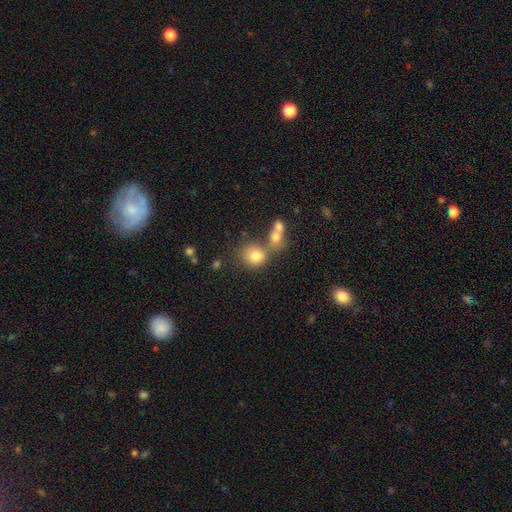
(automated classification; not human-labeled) This is likely a smooth galaxy (76%). How rounded: likely round (78%). Merging: possibly none (46%).